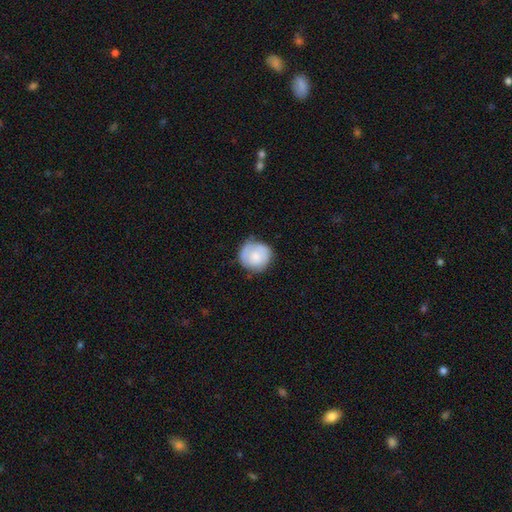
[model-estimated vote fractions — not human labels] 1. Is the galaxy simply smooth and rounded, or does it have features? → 67% smooth, 26% featured or disk, 7% star or artifact.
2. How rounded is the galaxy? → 89% round, 10% in between, 1% cigar-shaped.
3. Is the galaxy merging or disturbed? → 67% none, 24% minor disturbance, 6% major disturbance, 2% merger.